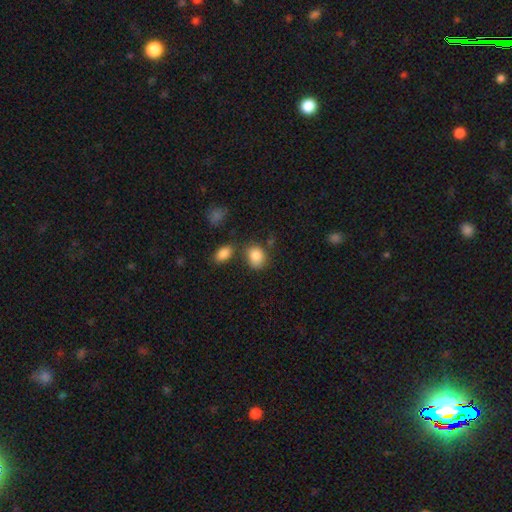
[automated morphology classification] type=smooth (86%); roundness=in between (51%); merging=none (62%).